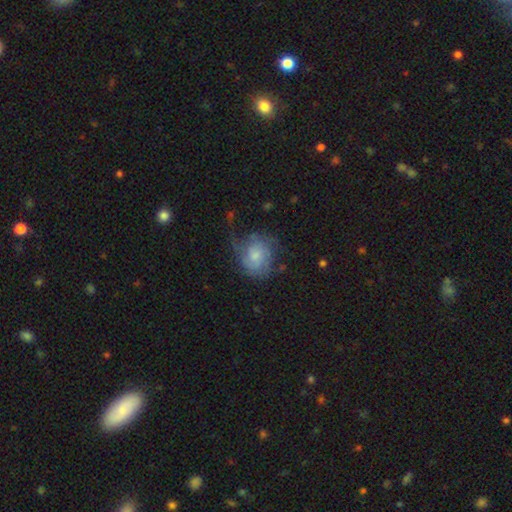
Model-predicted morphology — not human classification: This is possibly a featured or disk galaxy (58%). It is clearly not viewed edge-on (98%). Bar: likely no (68%). Spiral arm pattern: clearly yes (83%). Central bulge: possibly small (45%). Merging: marginally none (43%).